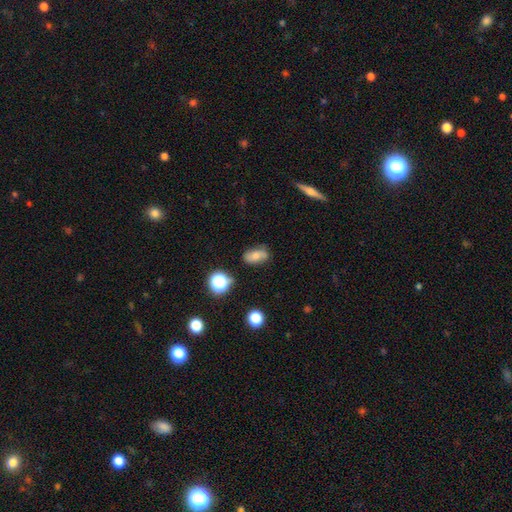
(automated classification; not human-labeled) smooth 69%, featured or disk 18%, star or artifact 13%. Down the decision tree: how rounded — in between (82%); merging — none (76%).